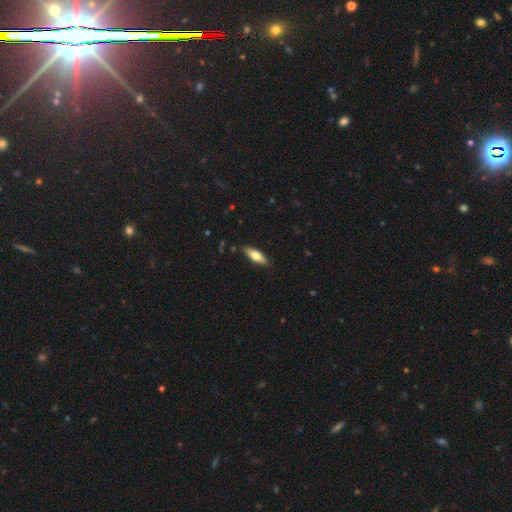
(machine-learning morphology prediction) Smooth or featured?
  - smooth: 59% *
  - featured or disk: 35%
  - star or artifact: 6%
How rounded?
  - cigar-shaped: 50% *
  - in between: 48%
  - round: 2%
Merging?
  - none: 88% *
  - minor disturbance: 9%
  - major disturbance: 2%
  - merger: 1%